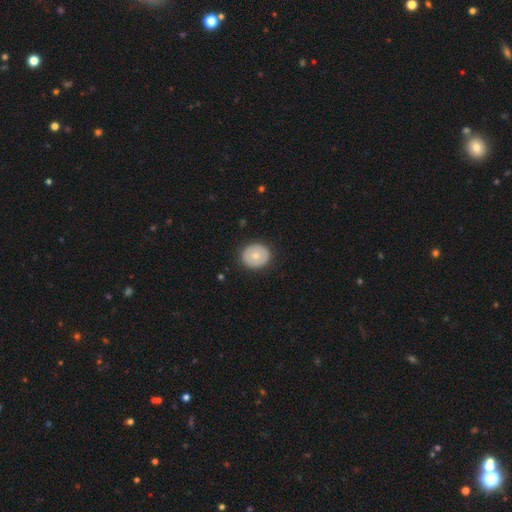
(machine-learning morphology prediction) A smooth galaxy with no disk features (68%) that is round (77%). Merging: none (89%).